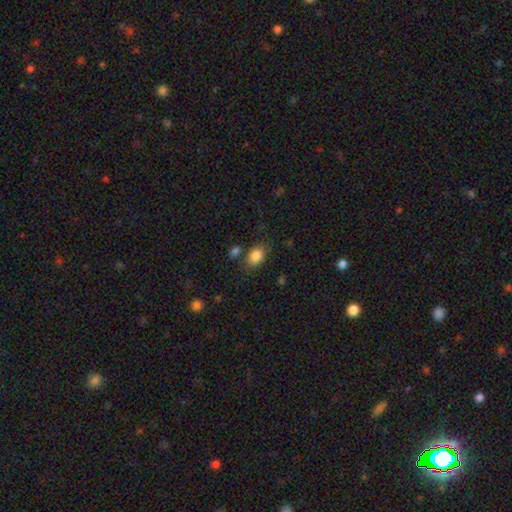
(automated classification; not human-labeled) Overall: smooth (84%). How rounded: in between (80%). Merging: none (72%).